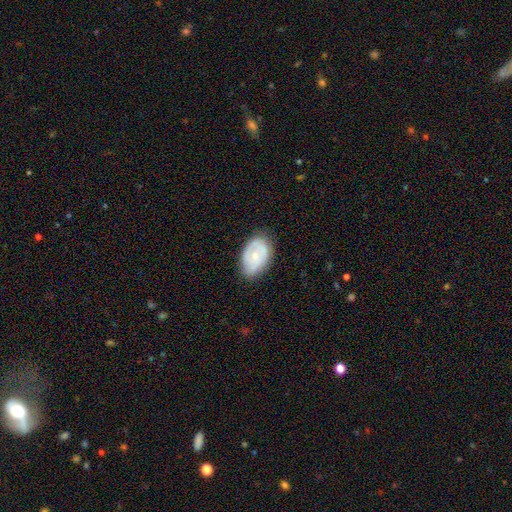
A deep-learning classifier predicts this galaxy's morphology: A featured or disk galaxy (49%).

Vote fractions:
- Smooth or featured? featured or disk: 49% / smooth: 45% / star or artifact: 6%
- Merging? none: 71% / minor disturbance: 22% / major disturbance: 6% / merger: 1%